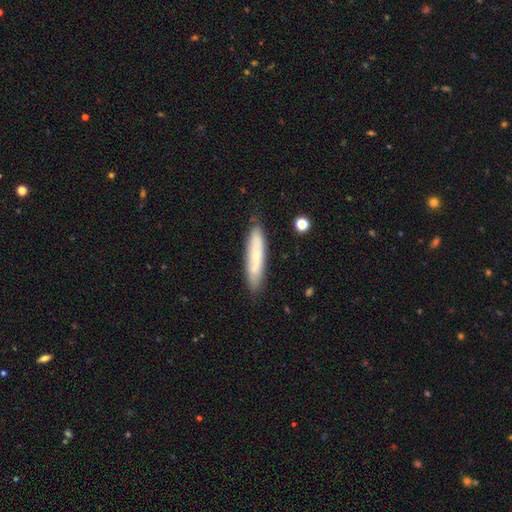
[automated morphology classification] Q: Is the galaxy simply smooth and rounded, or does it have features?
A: smooth — 58%.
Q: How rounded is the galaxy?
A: cigar-shaped — 79%.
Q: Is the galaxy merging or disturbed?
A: none — 81%.